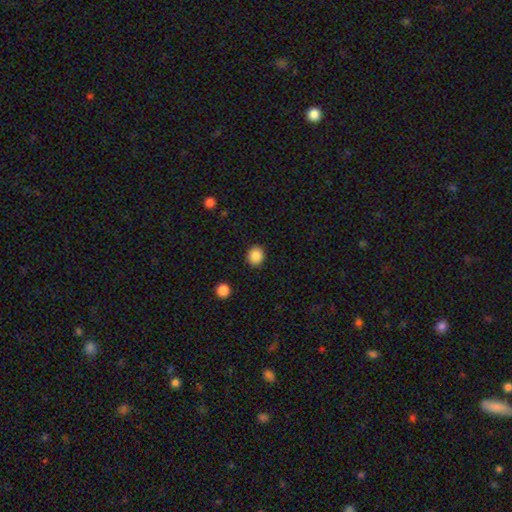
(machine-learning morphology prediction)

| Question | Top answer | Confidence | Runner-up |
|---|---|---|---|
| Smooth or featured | smooth | 88% | star or artifact (9%) |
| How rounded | round | 85% | in between (14%) |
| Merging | none | 90% | minor disturbance (6%) |